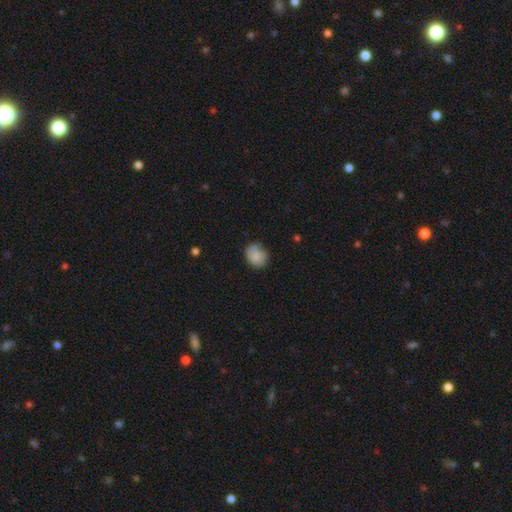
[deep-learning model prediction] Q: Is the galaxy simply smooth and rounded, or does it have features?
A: smooth — 78%.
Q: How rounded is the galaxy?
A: round — 53%.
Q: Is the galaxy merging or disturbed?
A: none — 57%.